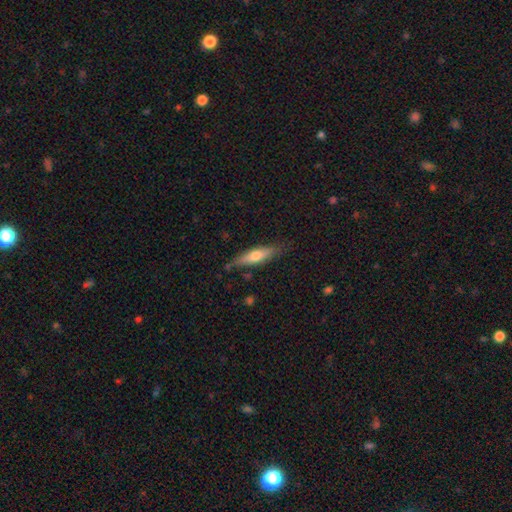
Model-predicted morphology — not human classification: A smooth galaxy with no disk features (56%) that is cigar-shaped (73%).

Vote fractions:
- Smooth or featured? smooth: 56% / featured or disk: 38% / star or artifact: 6%
- How rounded? cigar-shaped: 73% / in between: 25% / round: 2%
- Merging? none: 78% / minor disturbance: 16% / major disturbance: 3% / merger: 2%